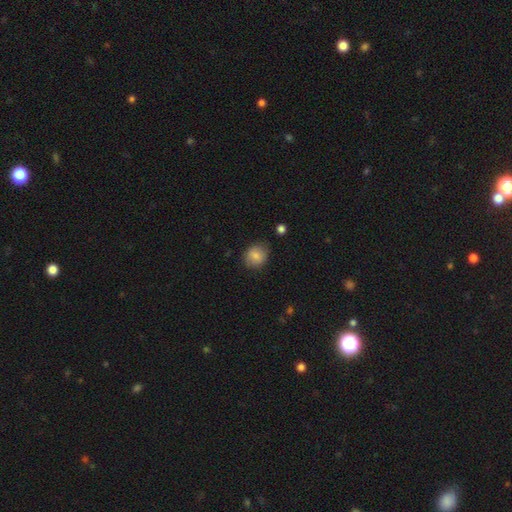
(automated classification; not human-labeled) Smooth or featured?
  - smooth: 82% *
  - featured or disk: 10%
  - star or artifact: 8%
How rounded?
  - round: 74% *
  - in between: 25%
  - cigar-shaped: 1%
Merging?
  - none: 80% *
  - minor disturbance: 15%
  - major disturbance: 4%
  - merger: 2%